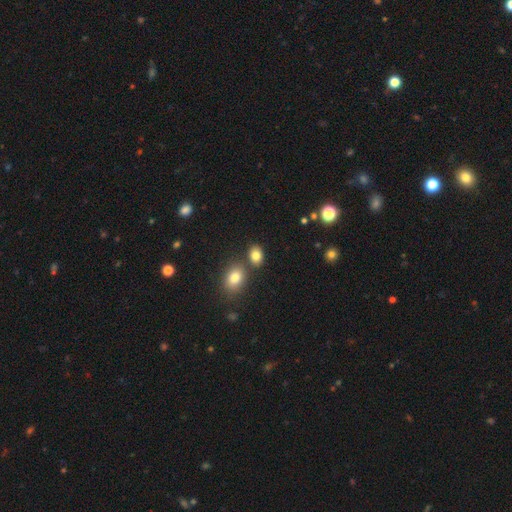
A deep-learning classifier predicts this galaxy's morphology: Overall: smooth (82%). How rounded: in between (66%; round 33%). Merging: none (69%).